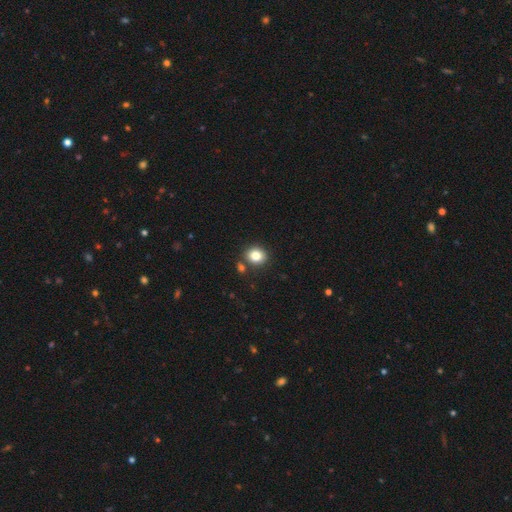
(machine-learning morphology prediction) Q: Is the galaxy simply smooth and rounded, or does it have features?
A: smooth — 82%.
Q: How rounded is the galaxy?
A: round — 75%.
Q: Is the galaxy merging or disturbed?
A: none — 80%.